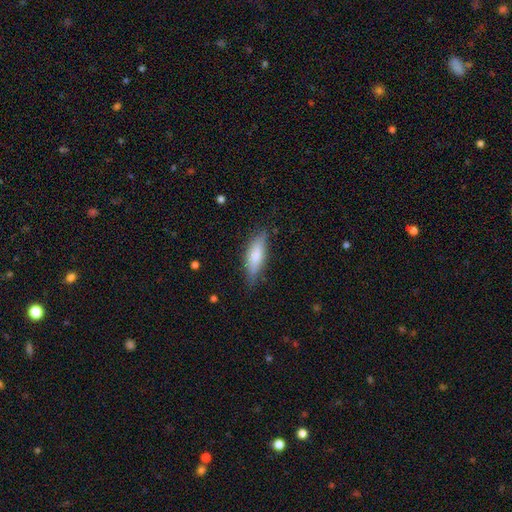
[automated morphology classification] Smooth or featured? Predicted: smooth (p=0.69). How rounded? Predicted: in between (p=0.53). Merging? Predicted: none (p=0.75).